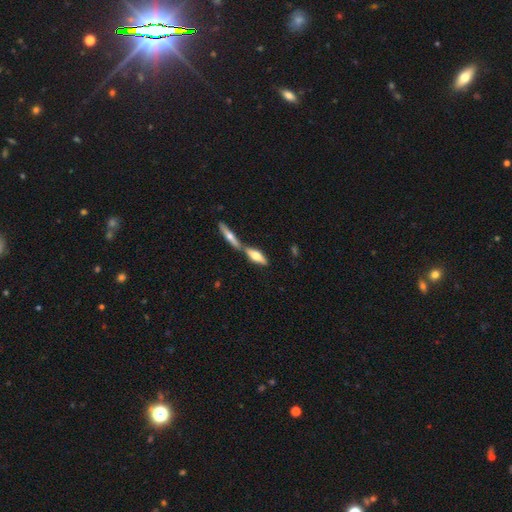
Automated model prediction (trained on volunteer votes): This appears to be a smooth galaxy with no disk features (53%) that is in between round and cigar-shaped (49%). Merging: merger (50%).